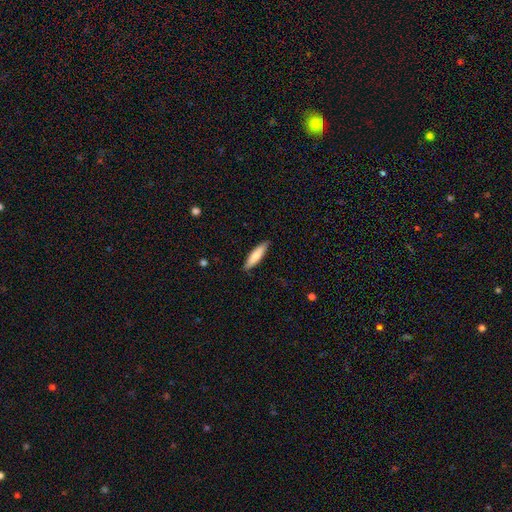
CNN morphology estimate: Smooth or featured? smooth (79%)
How rounded? cigar-shaped (73%)
Merging? none (88%)